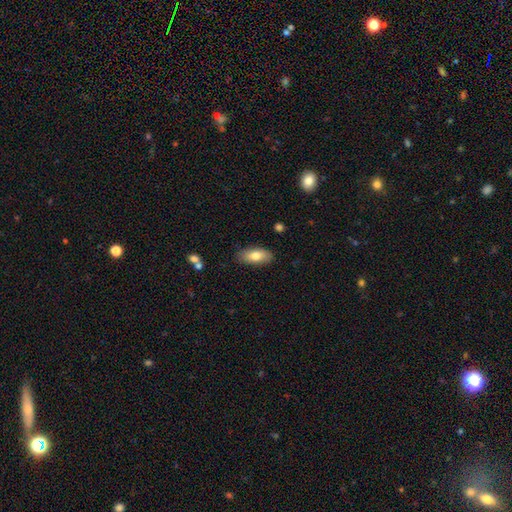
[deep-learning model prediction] This is likely a smooth galaxy (76%). How rounded: clearly in between (86%). Merging: clearly none (85%).